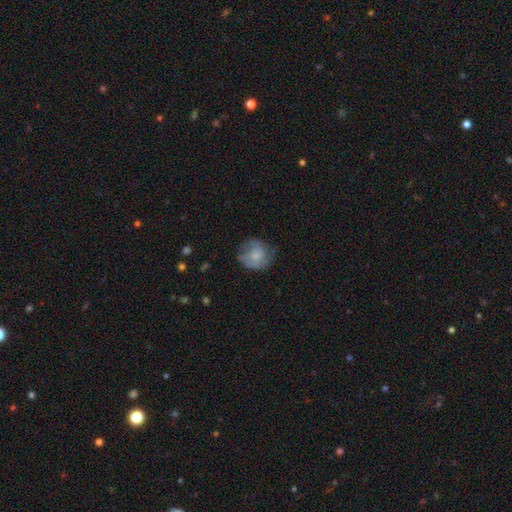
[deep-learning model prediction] Smooth or featured?
  - smooth: 56% *
  - featured or disk: 36%
  - star or artifact: 8%
How rounded?
  - round: 80% *
  - in between: 19%
  - cigar-shaped: 1%
Merging?
  - none: 57% *
  - minor disturbance: 27%
  - major disturbance: 15%
  - merger: 2%